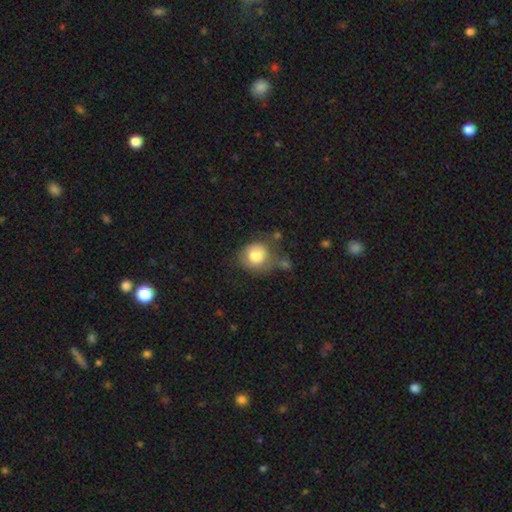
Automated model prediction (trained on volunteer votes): Smooth or featured: smooth — 80% (featured or disk — 12%)
How rounded: round — 85% (in between — 14%)
Merging: none — 59% (minor disturbance — 22%)